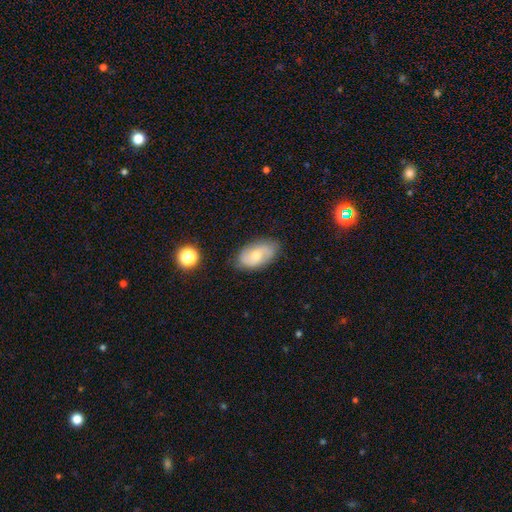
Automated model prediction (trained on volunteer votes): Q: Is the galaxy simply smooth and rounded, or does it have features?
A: featured or disk — 49%.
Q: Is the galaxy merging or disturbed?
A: none — 78%.